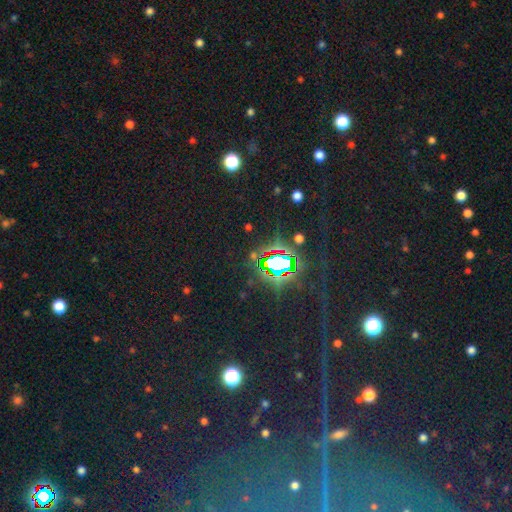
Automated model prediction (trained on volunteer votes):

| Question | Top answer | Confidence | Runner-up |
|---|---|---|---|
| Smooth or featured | star or artifact | 81% | smooth (11%) |